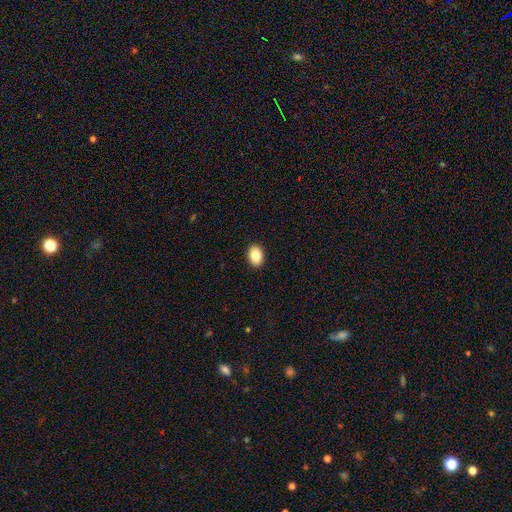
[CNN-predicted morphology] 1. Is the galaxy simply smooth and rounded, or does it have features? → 85% smooth, 8% star or artifact, 7% featured or disk.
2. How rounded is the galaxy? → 75% in between, 24% round, 1% cigar-shaped.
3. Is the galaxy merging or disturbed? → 91% none, 6% minor disturbance, 2% major disturbance, 1% merger.